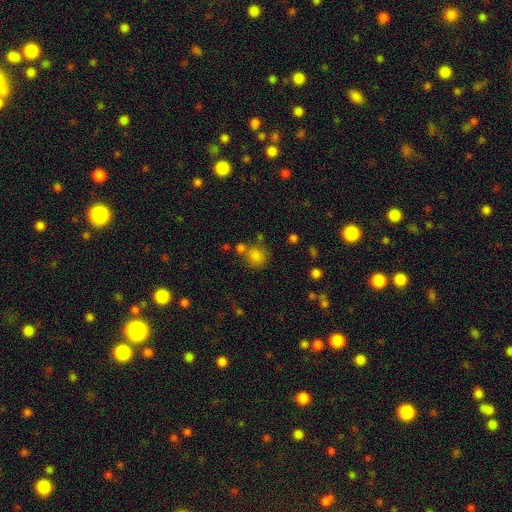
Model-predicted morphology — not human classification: Smooth or featured? smooth (79%)
How rounded? round (83%)
Merging? none (62%)